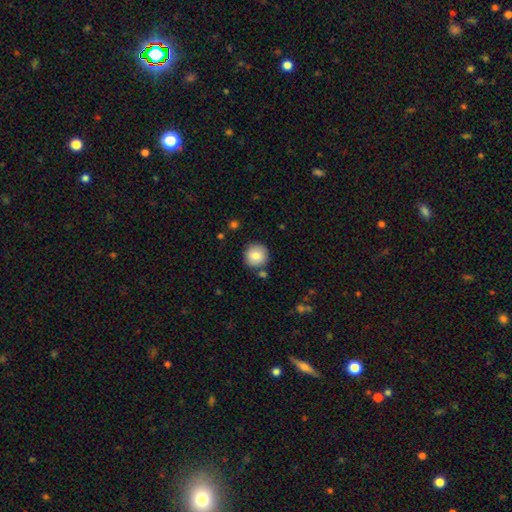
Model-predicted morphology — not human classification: Smooth or featured?
  - smooth: 83% *
  - featured or disk: 9%
  - star or artifact: 8%
How rounded?
  - round: 94% *
  - in between: 5%
  - cigar-shaped: 1%
Merging?
  - none: 84% *
  - minor disturbance: 9%
  - merger: 5%
  - major disturbance: 2%